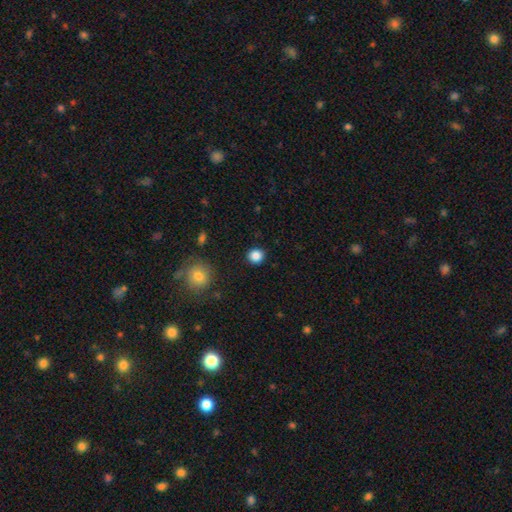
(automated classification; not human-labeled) smooth_or_featured: smooth (p=0.86) [alt: star or artifact p=0.10]
how_rounded: round (p=0.88) [alt: in between p=0.11]
merging: none (p=0.91) [alt: minor disturbance p=0.06]